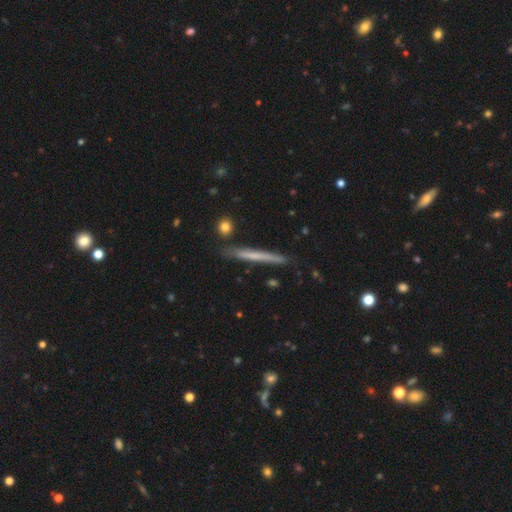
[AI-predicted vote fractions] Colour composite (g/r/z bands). It shows a smooth galaxy with no disk features (52%) that is cigar-shaped (96%). Merging: none (85%).